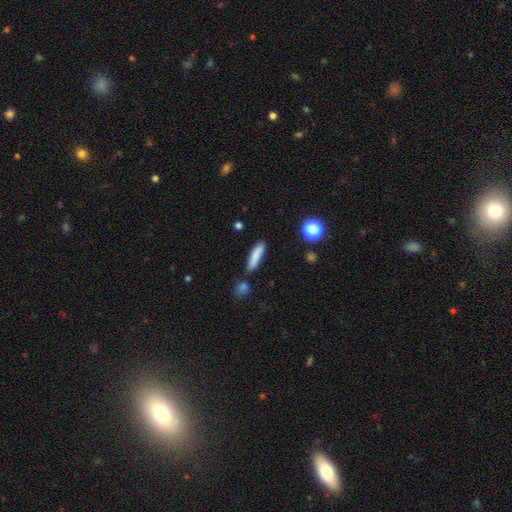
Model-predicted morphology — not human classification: This is clearly a smooth galaxy (81%). How rounded: clearly cigar-shaped (84%). Merging: likely none (79%).